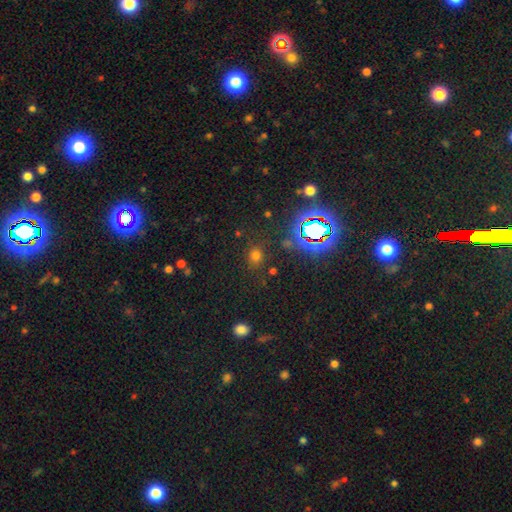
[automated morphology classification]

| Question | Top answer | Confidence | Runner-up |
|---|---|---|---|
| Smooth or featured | smooth | 62% | star or artifact (31%) |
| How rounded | round | 72% | in between (27%) |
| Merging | none | 82% | minor disturbance (11%) |